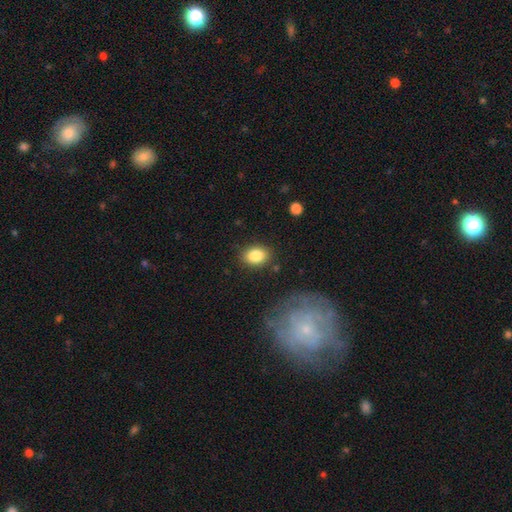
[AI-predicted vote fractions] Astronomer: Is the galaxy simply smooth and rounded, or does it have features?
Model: smooth — 85%.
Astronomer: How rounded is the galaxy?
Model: in between — 73%.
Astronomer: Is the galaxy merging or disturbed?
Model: none — 85%.